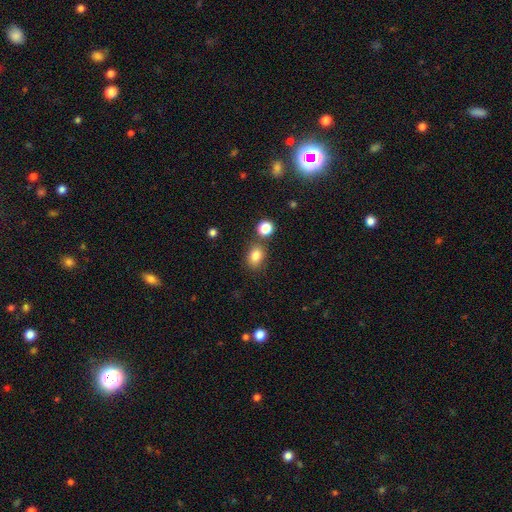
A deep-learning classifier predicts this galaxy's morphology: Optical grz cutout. It shows a smooth galaxy with no disk features (83%) that is in between round and cigar-shaped (59%). Merging: none (73%).